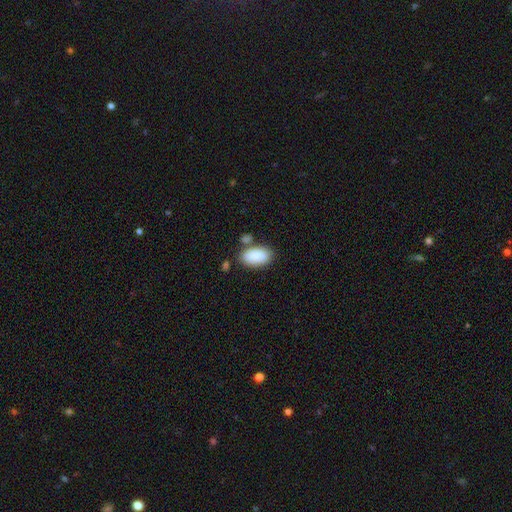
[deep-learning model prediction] smooth 89%, star or artifact 7%, featured or disk 5%. Down the decision tree: how rounded — in between (95%); merging — none (69%).